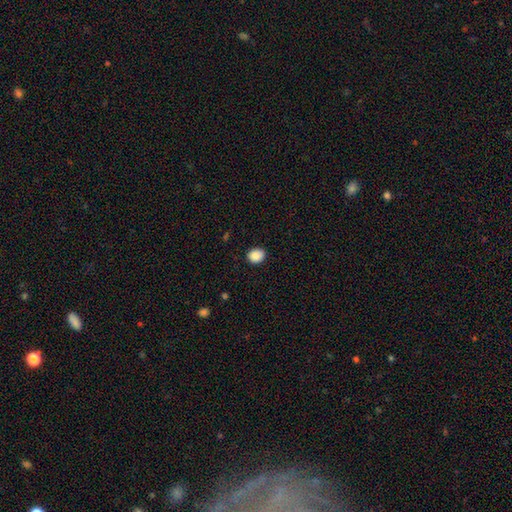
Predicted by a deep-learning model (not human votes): Smooth or featured? Predicted: smooth (p=0.88). How rounded? Predicted: round (p=0.66). Merging? Predicted: none (p=0.87).